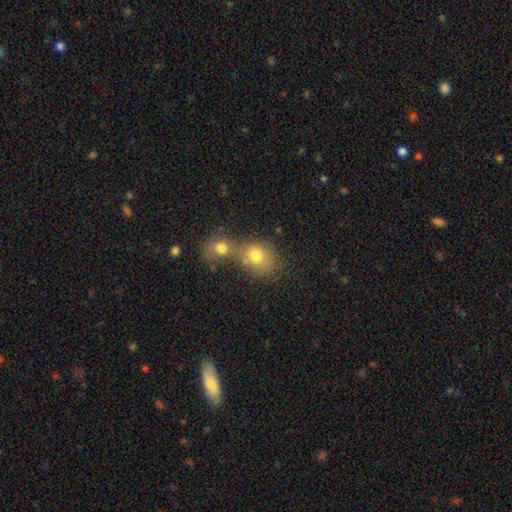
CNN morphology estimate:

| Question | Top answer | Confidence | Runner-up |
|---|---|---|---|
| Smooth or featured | smooth | 75% | featured or disk (14%) |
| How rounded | round | 69% | in between (30%) |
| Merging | merger | 62% | none (27%) |